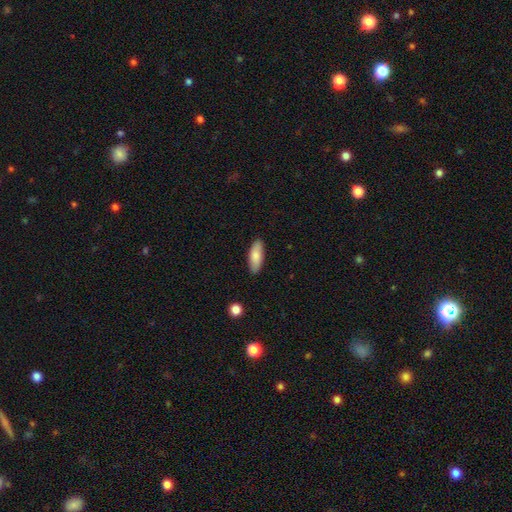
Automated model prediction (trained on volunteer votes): Q: Smooth or featured?
A: smooth (82%); runner-up: featured or disk (12%)
Q: How rounded?
A: in between (69%); runner-up: cigar-shaped (29%)
Q: Merging?
A: none (88%); runner-up: minor disturbance (9%)